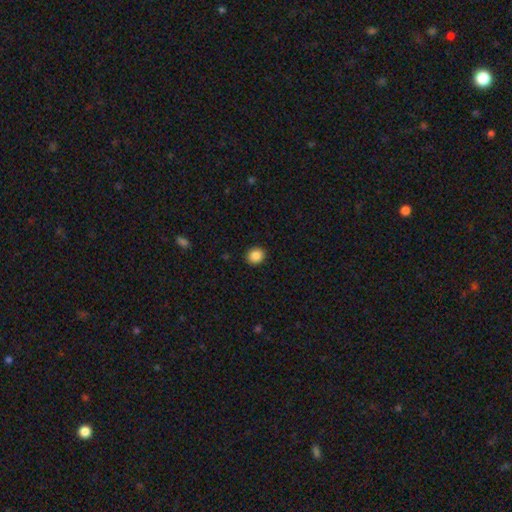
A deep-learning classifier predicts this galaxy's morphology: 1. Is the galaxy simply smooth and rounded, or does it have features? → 87% smooth, 9% star or artifact, 4% featured or disk.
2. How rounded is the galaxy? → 79% round, 20% in between, 1% cigar-shaped.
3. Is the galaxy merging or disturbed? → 92% none, 6% minor disturbance, 2% major disturbance, 1% merger.